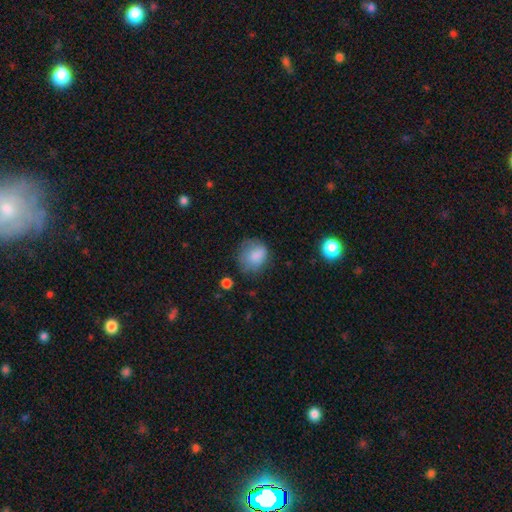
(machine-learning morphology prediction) Q: Smooth or featured?
A: smooth (79%); runner-up: featured or disk (11%)
Q: How rounded?
A: round (67%); runner-up: in between (32%)
Q: Merging?
A: none (56%); runner-up: minor disturbance (29%)